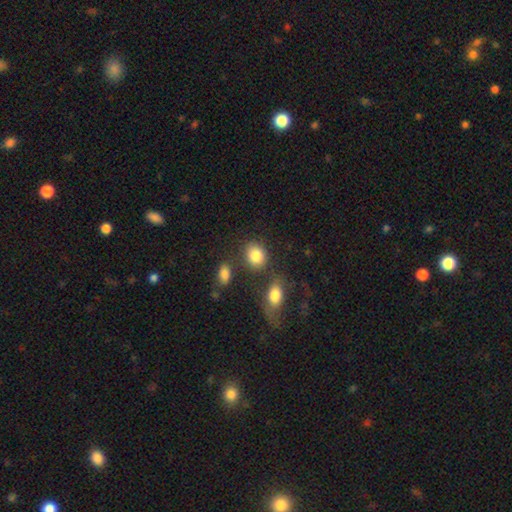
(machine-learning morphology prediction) Smooth or featured? Predicted: smooth (p=0.85). How rounded? Predicted: round (p=0.50). Merging? Predicted: none (p=0.68).